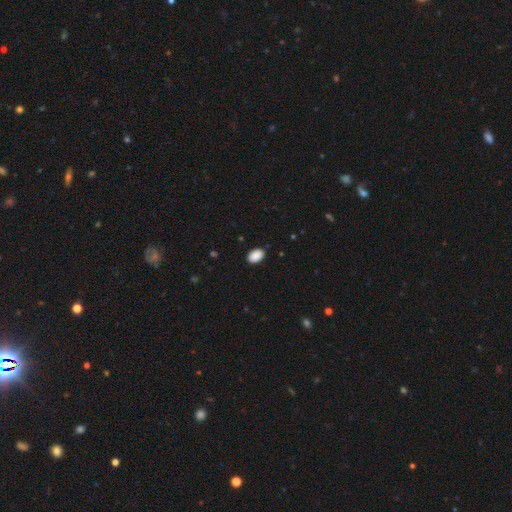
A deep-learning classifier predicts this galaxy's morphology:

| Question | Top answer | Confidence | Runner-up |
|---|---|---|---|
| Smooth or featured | smooth | 90% | star or artifact (7%) |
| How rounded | in between | 88% | round (11%) |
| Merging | none | 88% | minor disturbance (10%) |